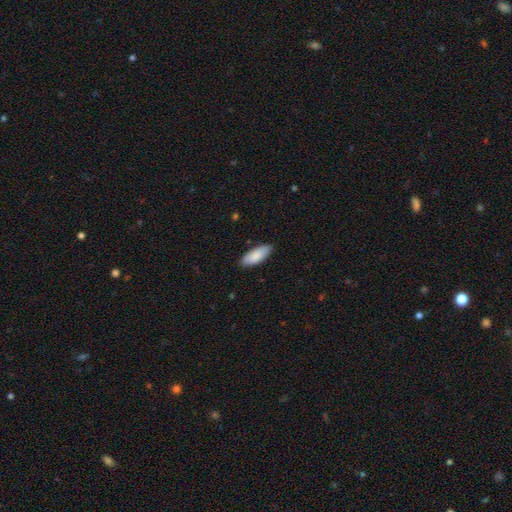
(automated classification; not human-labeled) Q: Smooth or featured?
A: smooth (86%); runner-up: featured or disk (9%)
Q: How rounded?
A: in between (78%); runner-up: cigar-shaped (21%)
Q: Merging?
A: none (86%); runner-up: minor disturbance (12%)